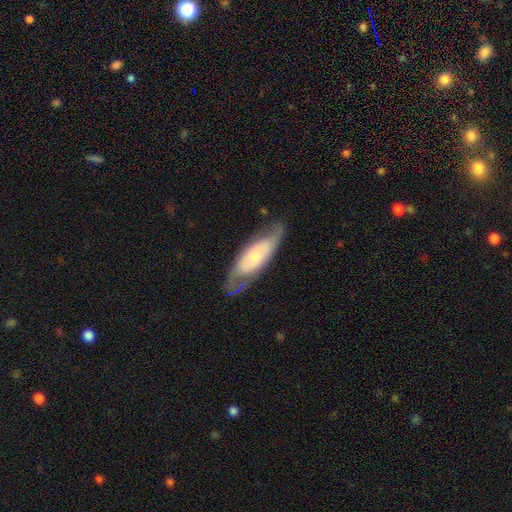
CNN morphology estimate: Overall: featured or disk (53%; smooth 42%). Edge-on disk: no (77%). Merging: none (64%).